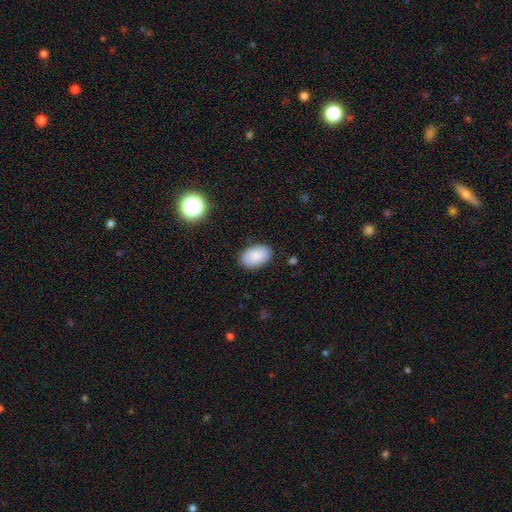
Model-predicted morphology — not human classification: This is clearly a smooth galaxy (88%). How rounded: clearly in between (92%). Merging: clearly none (86%).